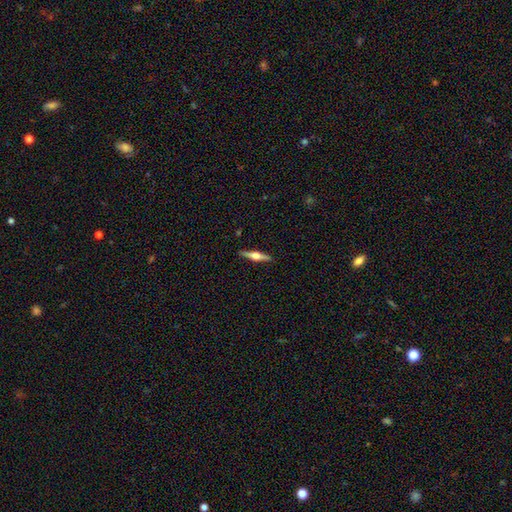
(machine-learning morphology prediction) type=featured or disk (69%); edge-on=yes (98%); edge-on bulge=rounded (90%); merging=none (91%).